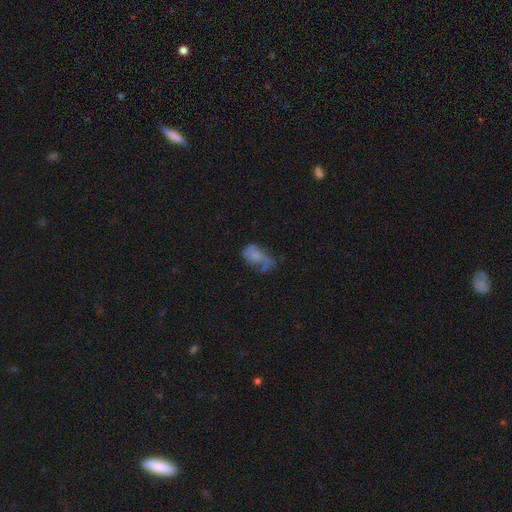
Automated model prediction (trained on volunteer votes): featured or disk 46%, smooth 42%, star or artifact 12%. Down the decision tree: merging — major disturbance (36%).